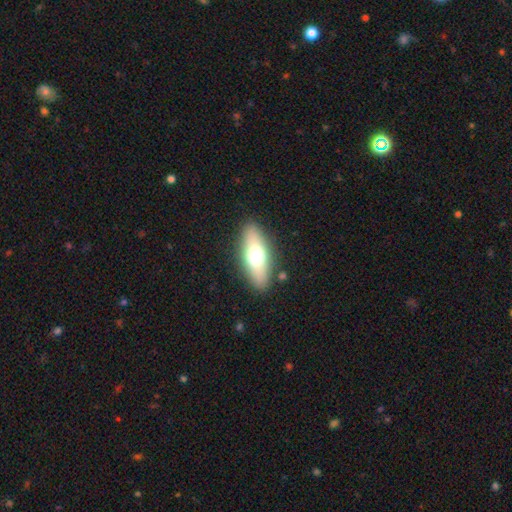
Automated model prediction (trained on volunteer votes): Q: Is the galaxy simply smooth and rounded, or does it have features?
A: smooth — 59%.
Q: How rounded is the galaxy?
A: in between — 67%.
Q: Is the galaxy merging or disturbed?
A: none — 87%.